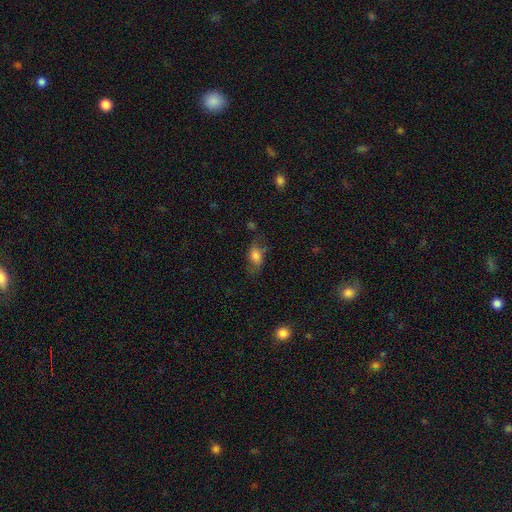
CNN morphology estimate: Smooth or featured? smooth (66%)
How rounded? in between (79%)
Merging? none (54%)